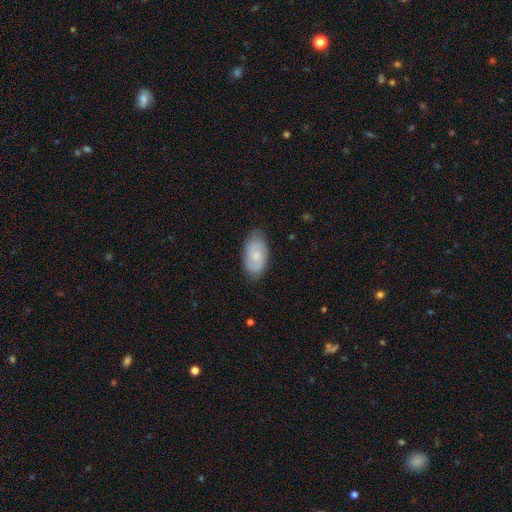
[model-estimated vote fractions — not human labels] A smooth galaxy with no disk features (47%).

Vote fractions:
- Smooth or featured? smooth: 47% / featured or disk: 46% / star or artifact: 7%
- Merging? none: 74% / minor disturbance: 20% / major disturbance: 5% / merger: 1%